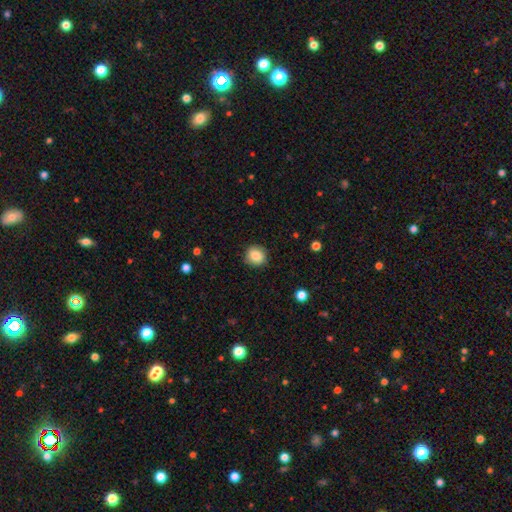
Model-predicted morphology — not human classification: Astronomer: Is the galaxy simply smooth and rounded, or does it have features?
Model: smooth — 84%.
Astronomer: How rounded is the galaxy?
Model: round — 89%.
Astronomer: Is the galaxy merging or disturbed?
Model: none — 89%.